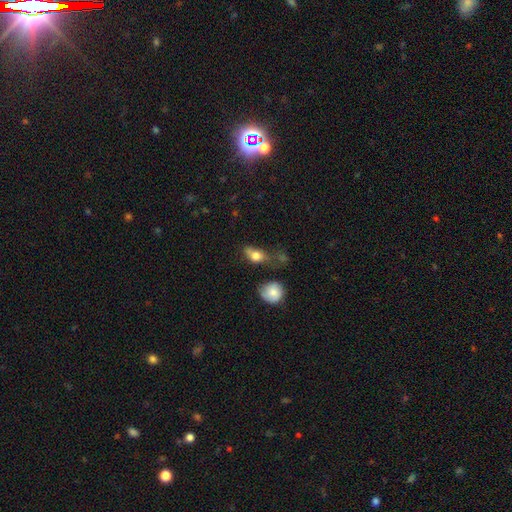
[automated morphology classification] smooth 73%, featured or disk 19%, star or artifact 9%. Down the decision tree: how rounded — in between (73%); merging — none (32%).